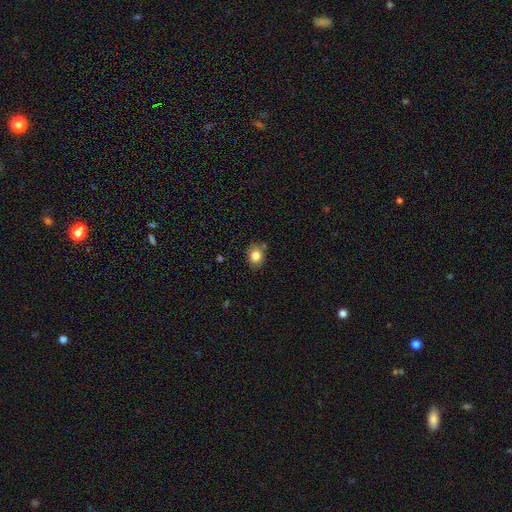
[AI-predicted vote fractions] This is clearly a smooth galaxy (82%). How rounded: likely round (62%). Merging: likely none (78%).